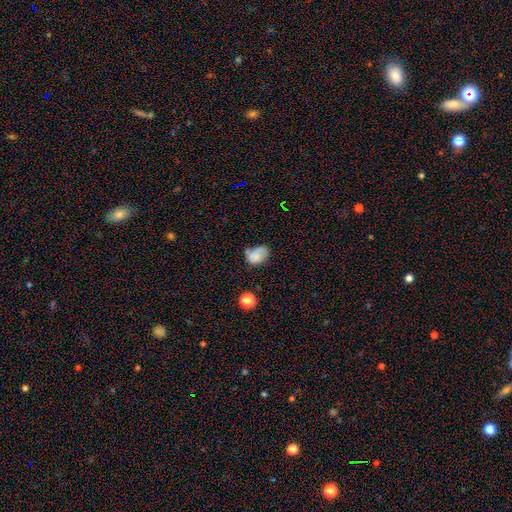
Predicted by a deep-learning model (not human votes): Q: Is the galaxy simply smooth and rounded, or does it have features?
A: smooth — 77%.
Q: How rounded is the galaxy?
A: in between — 75%.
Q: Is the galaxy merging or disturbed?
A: none — 44%.